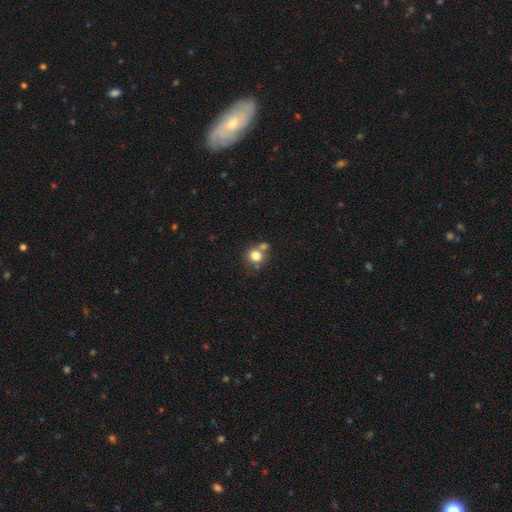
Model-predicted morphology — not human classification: Smooth or featured?
  - smooth: 79% *
  - star or artifact: 11%
  - featured or disk: 10%
How rounded?
  - round: 82% *
  - in between: 17%
  - cigar-shaped: 1%
Merging?
  - none: 53% *
  - merger: 32%
  - minor disturbance: 11%
  - major disturbance: 4%